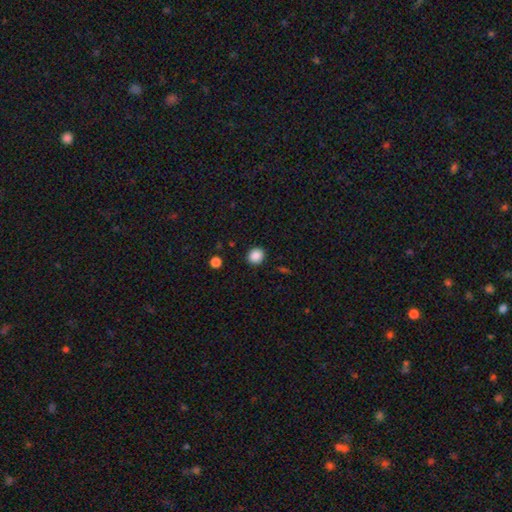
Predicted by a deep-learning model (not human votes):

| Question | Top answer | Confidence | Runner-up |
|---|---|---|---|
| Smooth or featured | smooth | 88% | star or artifact (10%) |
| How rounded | round | 82% | in between (17%) |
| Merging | none | 91% | minor disturbance (6%) |